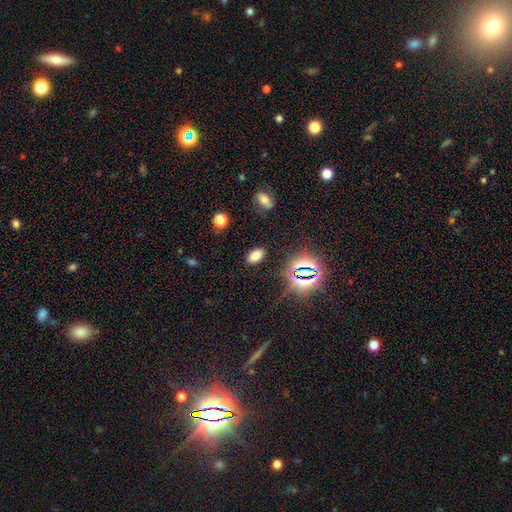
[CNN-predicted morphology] type=smooth (71%); roundness=in between (91%); merging=none (87%).